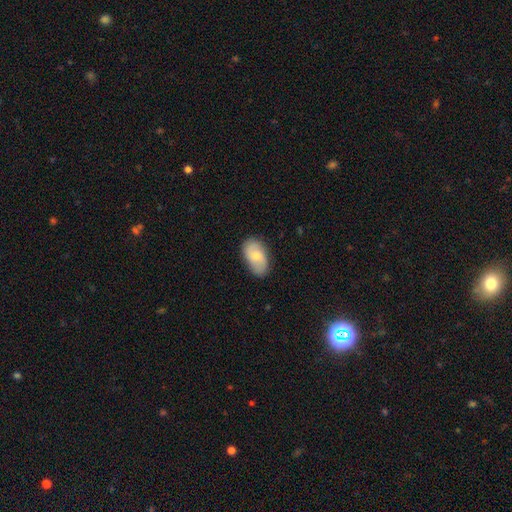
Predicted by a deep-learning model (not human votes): Q: Smooth or featured?
A: smooth (61%); runner-up: featured or disk (33%)
Q: How rounded?
A: in between (93%); runner-up: round (5%)
Q: Merging?
A: none (79%); runner-up: minor disturbance (17%)